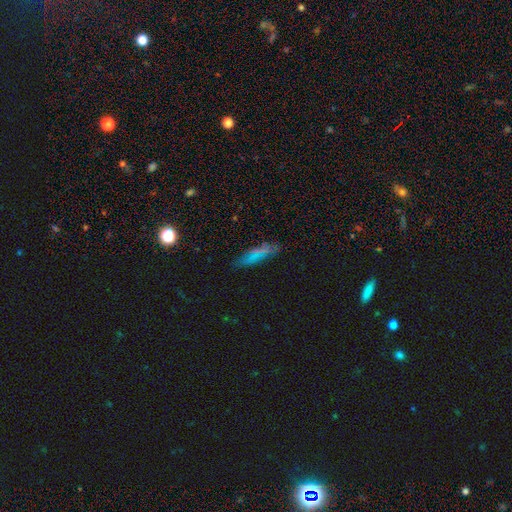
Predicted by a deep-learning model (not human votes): Q: Smooth or featured?
A: smooth (58%); runner-up: featured or disk (23%)
Q: How rounded?
A: cigar-shaped (62%); runner-up: in between (34%)
Q: Merging?
A: none (76%); runner-up: minor disturbance (16%)